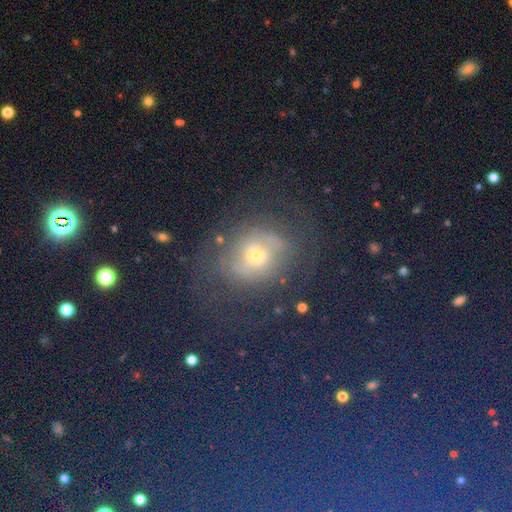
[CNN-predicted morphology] A featured or disk galaxy (44%).

Vote fractions:
- Smooth or featured? featured or disk: 44% / smooth: 31% / star or artifact: 25%
- Merging? none: 65% / minor disturbance: 17% / major disturbance: 15% / merger: 3%